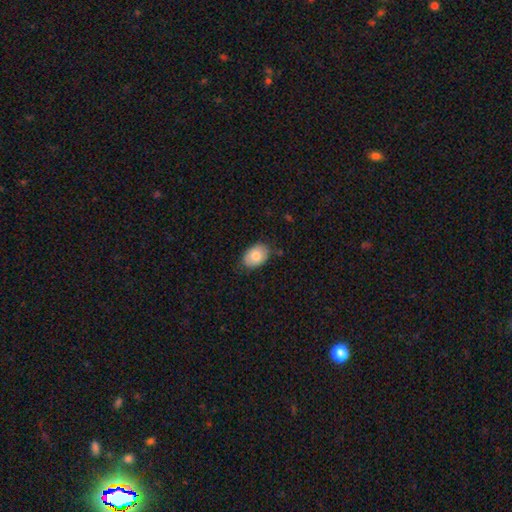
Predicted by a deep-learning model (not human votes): Smooth or featured: smooth — 80% (featured or disk — 13%)
How rounded: in between — 82% (round — 17%)
Merging: none — 78% (minor disturbance — 17%)